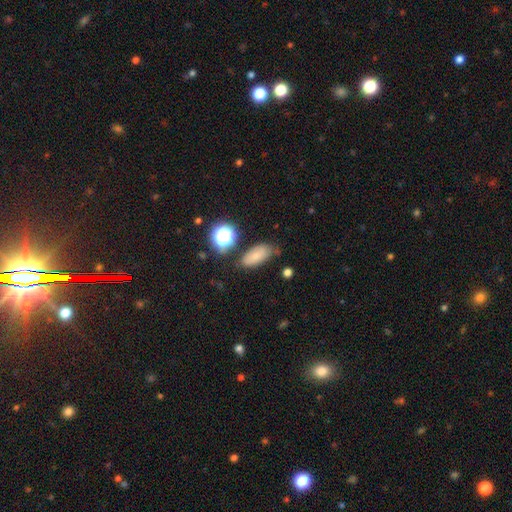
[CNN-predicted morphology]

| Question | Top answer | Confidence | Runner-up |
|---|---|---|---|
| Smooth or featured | smooth | 72% | featured or disk (15%) |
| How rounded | in between | 84% | round (9%) |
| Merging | none | 65% | minor disturbance (23%) |